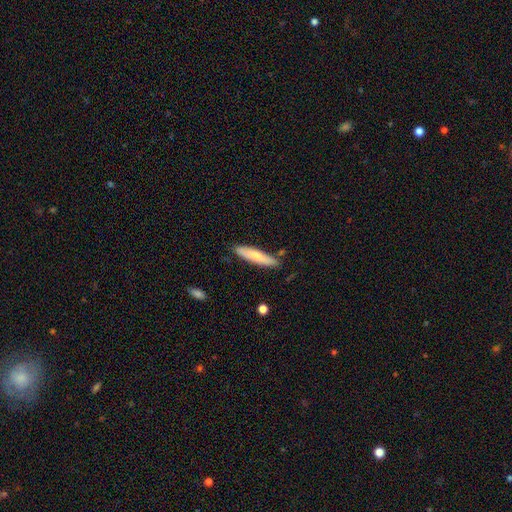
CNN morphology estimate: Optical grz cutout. It shows a smooth galaxy with no disk features (72%) that is cigar-shaped (83%). Merging: none (83%).